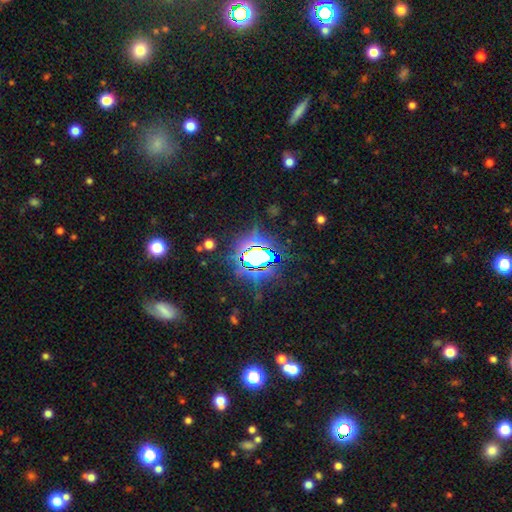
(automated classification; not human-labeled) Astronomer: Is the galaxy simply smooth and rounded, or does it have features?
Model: star or artifact — 74%.